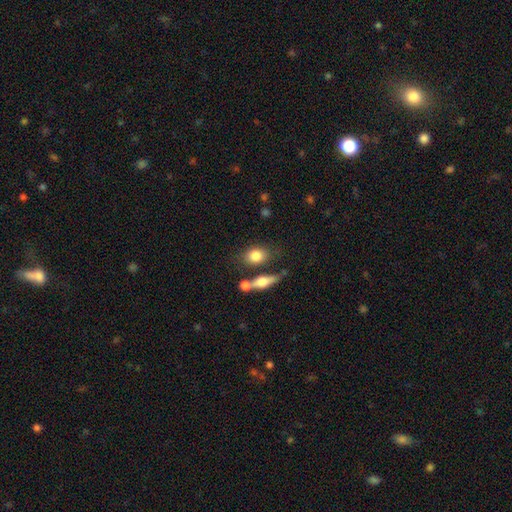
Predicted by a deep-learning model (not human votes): A smooth galaxy with no disk features (79%) that is in between round and cigar-shaped (63%).

Vote fractions:
- Smooth or featured? smooth: 79% / featured or disk: 13% / star or artifact: 8%
- How rounded? in between: 63% / round: 32% / cigar-shaped: 5%
- Merging? none: 62% / merger: 19% / minor disturbance: 14% / major disturbance: 5%